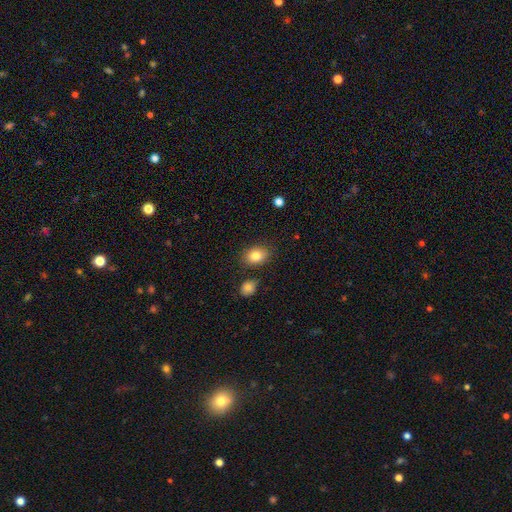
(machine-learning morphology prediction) This appears to be a smooth galaxy with no disk features (83%) that is in between round and cigar-shaped (67%). Merging: none (82%).